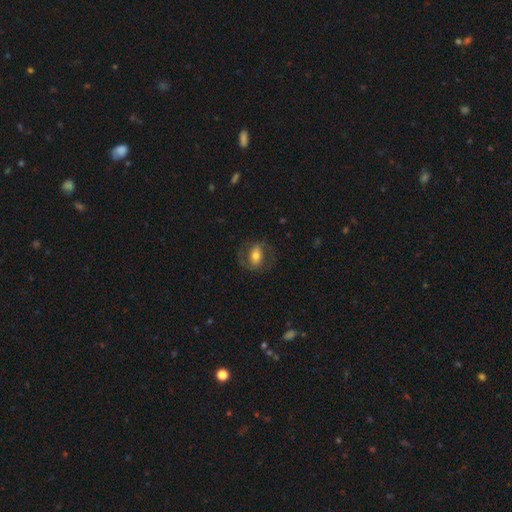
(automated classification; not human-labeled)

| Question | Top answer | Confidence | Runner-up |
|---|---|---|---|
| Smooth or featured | featured or disk | 51% | smooth (42%) |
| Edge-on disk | no | 94% | yes (6%) |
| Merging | none | 70% | minor disturbance (15%) |